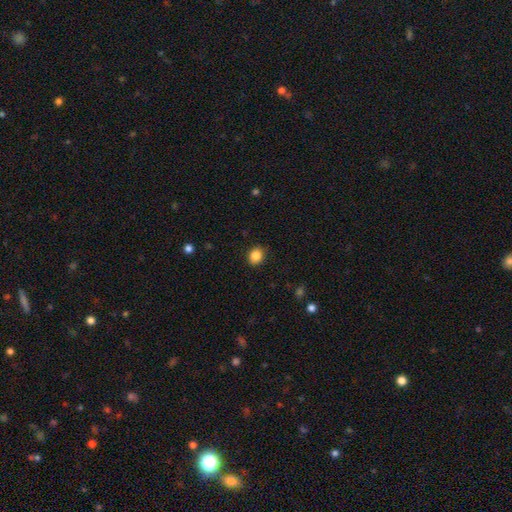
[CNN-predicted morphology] This appears to be a smooth galaxy with no disk features (86%) that is round (69%). Merging: none (88%).